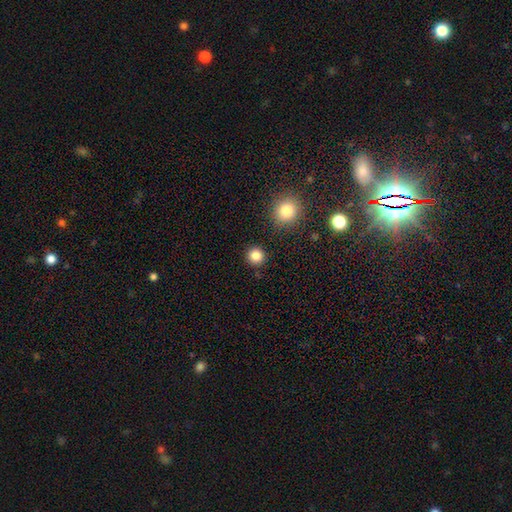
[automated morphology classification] This is clearly a smooth galaxy (85%). How rounded: clearly round (95%). Merging: clearly none (91%).